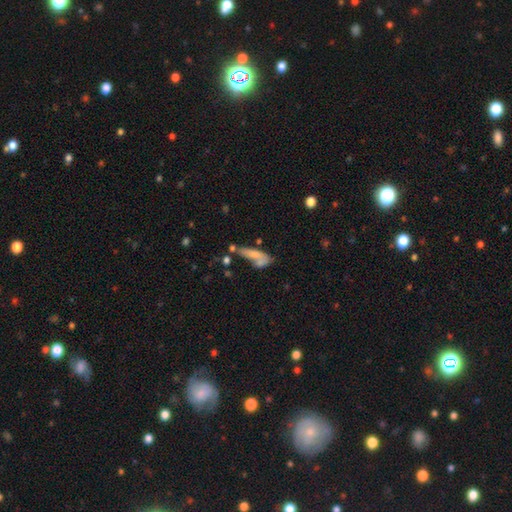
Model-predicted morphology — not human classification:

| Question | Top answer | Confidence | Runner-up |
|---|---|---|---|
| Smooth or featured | smooth | 66% | featured or disk (24%) |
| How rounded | cigar-shaped | 52% | in between (45%) |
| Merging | none | 35% | merger (30%) |